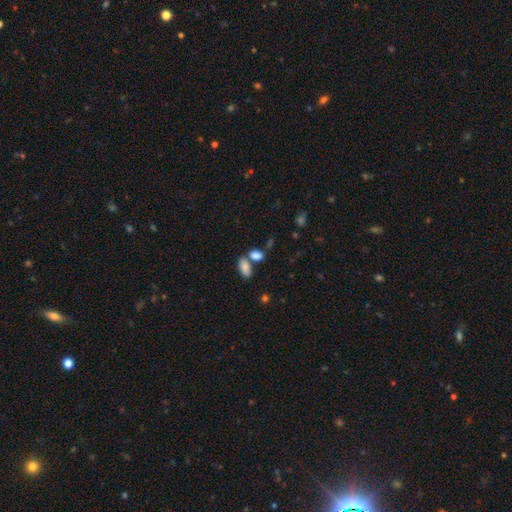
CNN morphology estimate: A smooth galaxy with no disk features (84%) that is in between round and cigar-shaped (88%). Merging: none (48%).